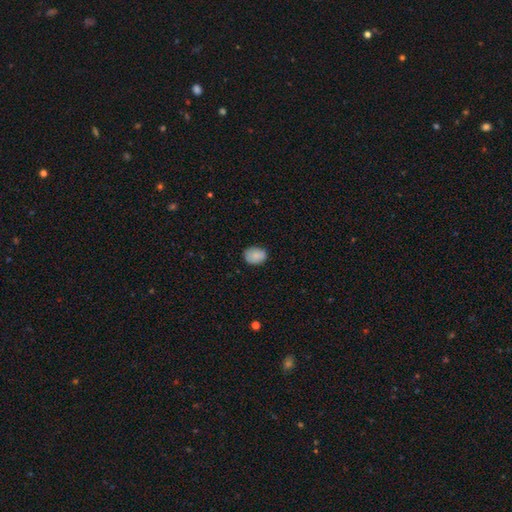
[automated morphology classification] Smooth or featured? smooth (86%)
How rounded? in between (59%)
Merging? none (79%)